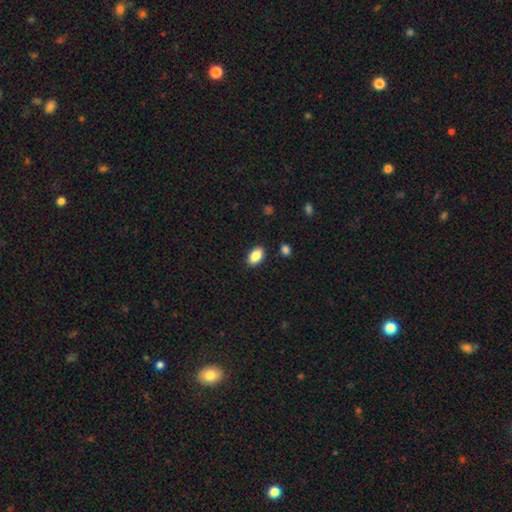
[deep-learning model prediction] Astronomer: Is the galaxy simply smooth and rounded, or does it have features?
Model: smooth — 87%.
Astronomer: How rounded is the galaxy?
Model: in between — 91%.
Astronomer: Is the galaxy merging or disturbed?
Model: none — 88%.